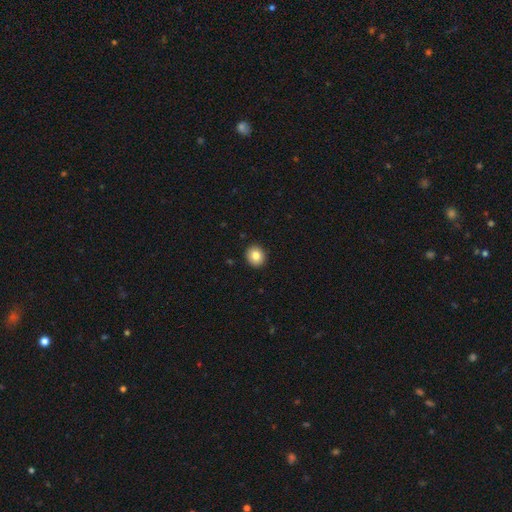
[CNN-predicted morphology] Q: Smooth or featured?
A: smooth (83%); runner-up: star or artifact (9%)
Q: How rounded?
A: round (80%); runner-up: in between (19%)
Q: Merging?
A: none (92%); runner-up: minor disturbance (5%)